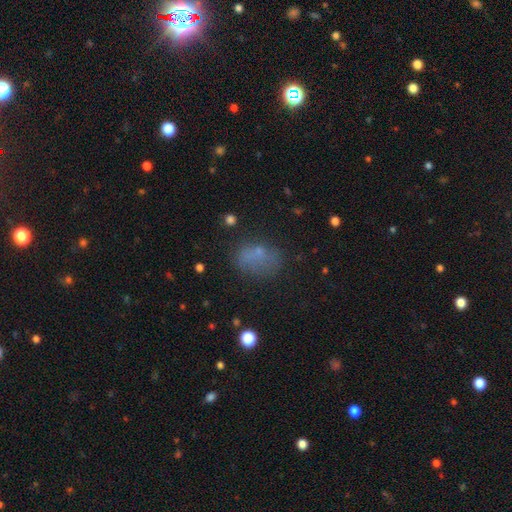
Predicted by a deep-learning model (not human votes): smooth 62%, star or artifact 21%, featured or disk 17%. Down the decision tree: how rounded — in between (74%); merging — none (52%).